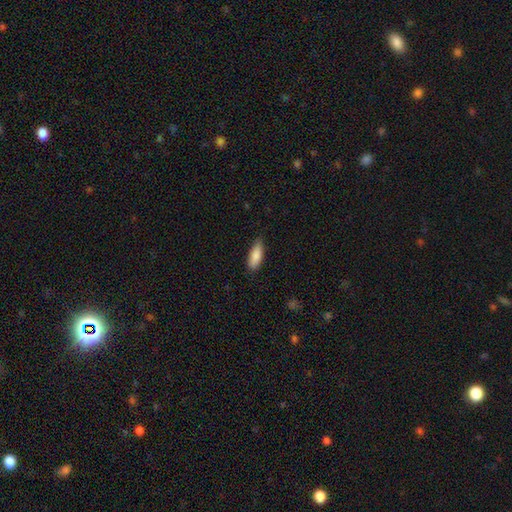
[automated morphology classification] smooth_or_featured: smooth (p=0.87) [alt: featured or disk p=0.07]
how_rounded: in between (p=0.69) [alt: cigar-shaped p=0.29]
merging: none (p=0.79) [alt: minor disturbance p=0.17]